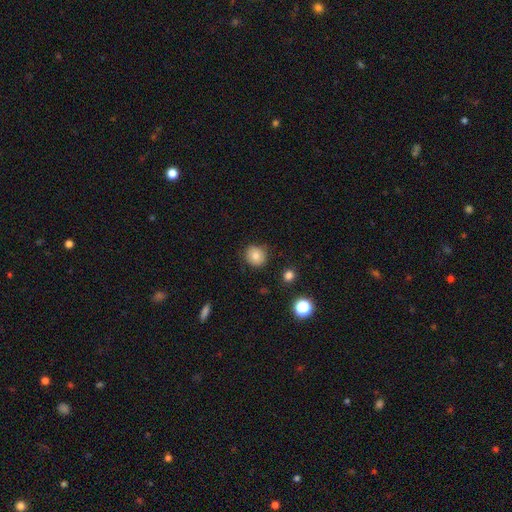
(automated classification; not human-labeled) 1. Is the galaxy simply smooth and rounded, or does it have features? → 81% smooth, 10% star or artifact, 9% featured or disk.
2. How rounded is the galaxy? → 85% round, 14% in between, 1% cigar-shaped.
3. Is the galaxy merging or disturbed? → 86% none, 10% minor disturbance, 3% major disturbance, 2% merger.